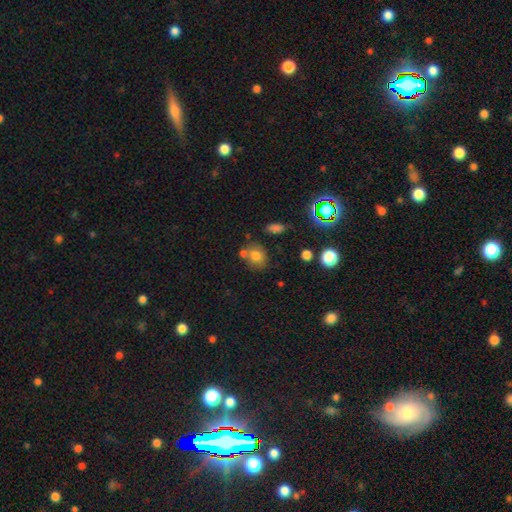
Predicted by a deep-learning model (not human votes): This is likely a smooth galaxy (75%). How rounded: possibly round (59%). Merging: possibly none (59%).